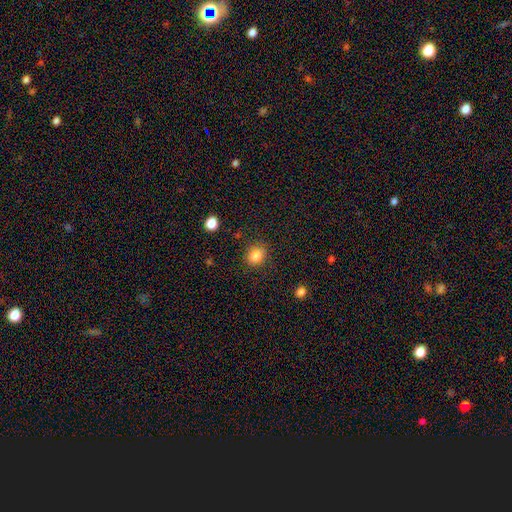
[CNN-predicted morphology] This appears to be a smooth galaxy with no disk features (84%) that is round (74%). Merging: none (87%).